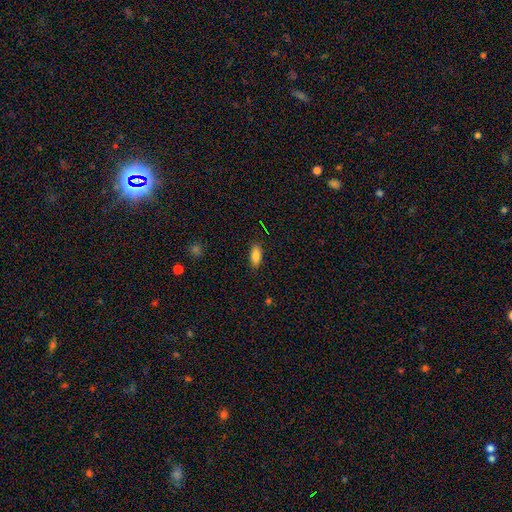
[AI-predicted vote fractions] This is clearly a smooth galaxy (84%). How rounded: clearly in between (83%). Merging: clearly none (86%).